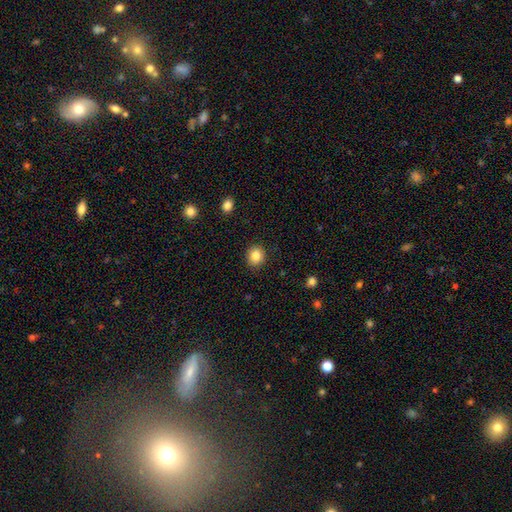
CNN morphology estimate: type=smooth (86%); roundness=round (79%); merging=none (90%).